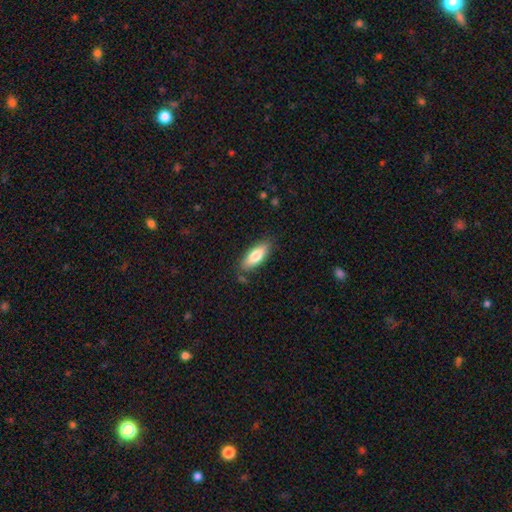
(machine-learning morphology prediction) Smooth or featured? Predicted: smooth (p=0.78). How rounded? Predicted: in between (p=0.72). Merging? Predicted: none (p=0.82).